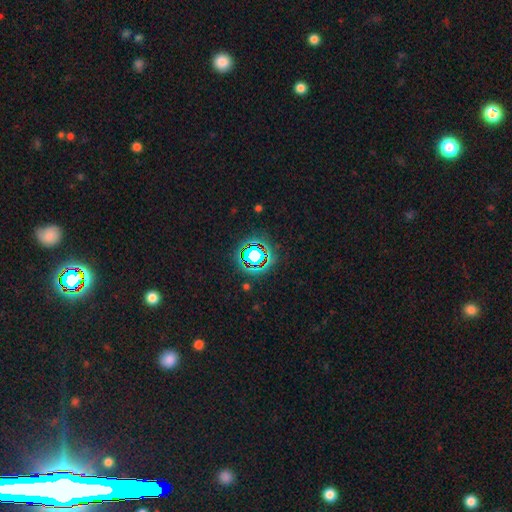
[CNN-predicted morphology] Smooth or featured: star or artifact — 68% (smooth — 20%)